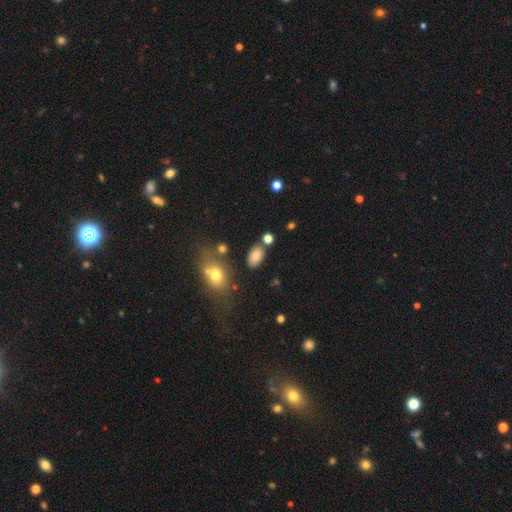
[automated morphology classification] Smooth or featured: smooth — 81% (star or artifact — 10%)
How rounded: in between — 90% (round — 8%)
Merging: none — 75% (minor disturbance — 13%)